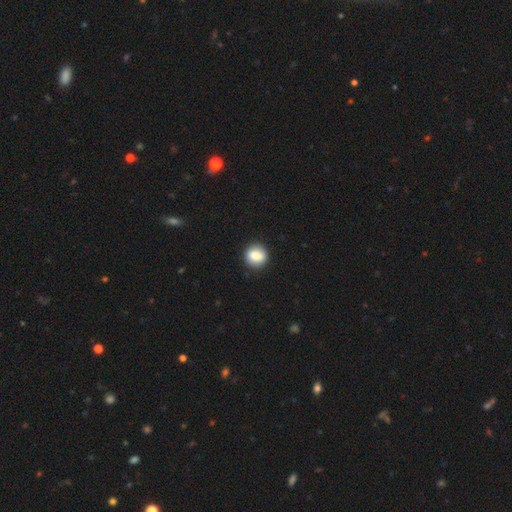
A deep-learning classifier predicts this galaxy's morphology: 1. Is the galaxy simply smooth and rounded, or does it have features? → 82% smooth, 9% featured or disk, 9% star or artifact.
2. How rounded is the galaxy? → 81% round, 18% in between, 1% cigar-shaped.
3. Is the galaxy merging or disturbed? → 89% none, 8% minor disturbance, 2% major disturbance, 1% merger.